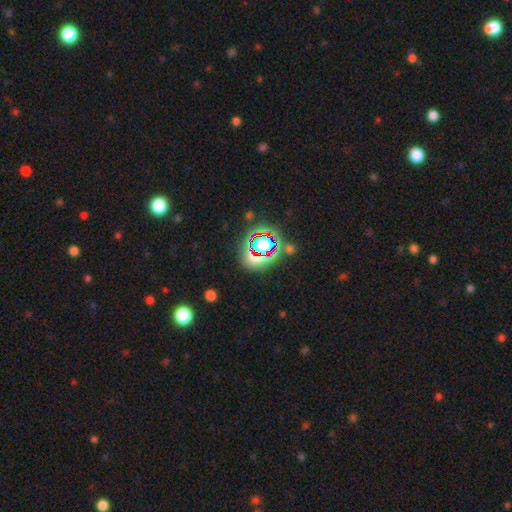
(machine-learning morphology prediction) Smooth or featured?
  - star or artifact: 57% *
  - smooth: 30%
  - featured or disk: 13%